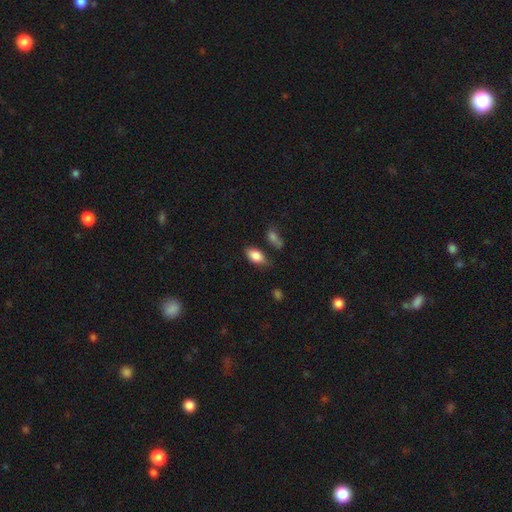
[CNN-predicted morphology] Q: Smooth or featured?
A: smooth (85%); runner-up: featured or disk (8%)
Q: How rounded?
A: in between (91%); runner-up: round (5%)
Q: Merging?
A: none (65%); runner-up: minor disturbance (22%)